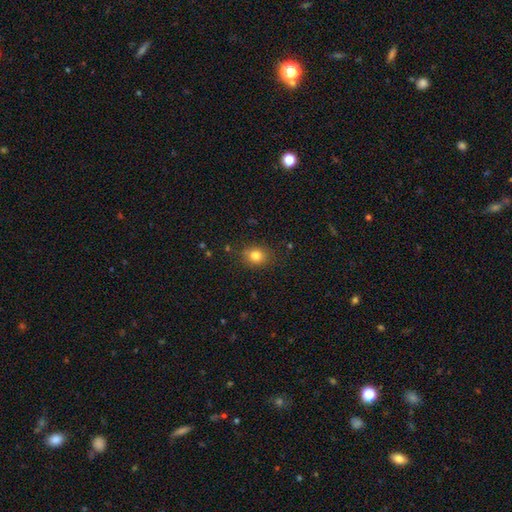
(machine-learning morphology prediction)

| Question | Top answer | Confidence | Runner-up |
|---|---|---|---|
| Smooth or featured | smooth | 82% | star or artifact (11%) |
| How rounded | round | 57% | in between (42%) |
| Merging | none | 81% | minor disturbance (13%) |